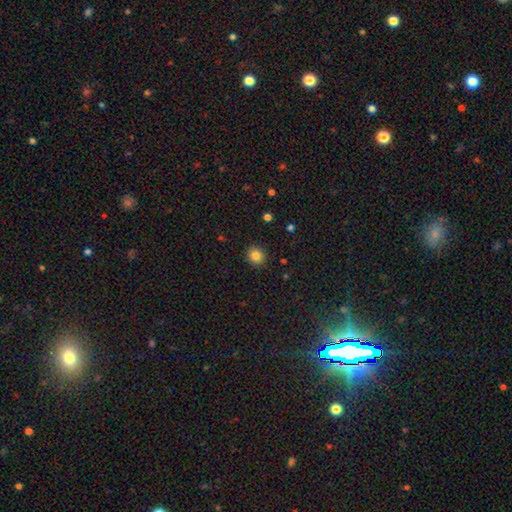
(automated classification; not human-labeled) A smooth galaxy with no disk features (85%) that is round (89%).

Vote fractions:
- Smooth or featured? smooth: 85% / star or artifact: 11% / featured or disk: 5%
- How rounded? round: 89% / in between: 10% / cigar-shaped: 1%
- Merging? none: 91% / minor disturbance: 6% / major disturbance: 2% / merger: 1%